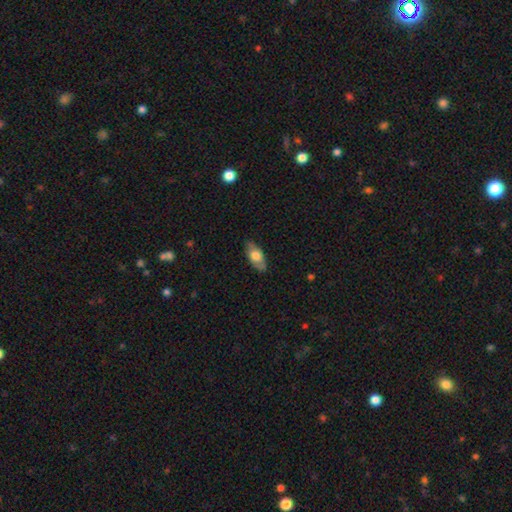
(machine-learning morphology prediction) This appears to be a smooth galaxy with no disk features (65%) that is in between round and cigar-shaped (87%). Merging: none (82%).